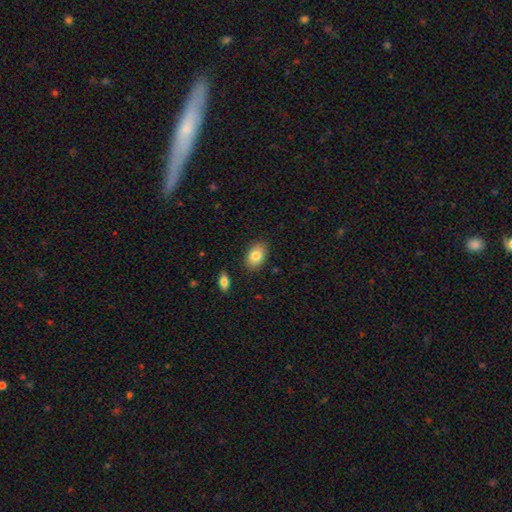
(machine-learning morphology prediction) This appears to be a smooth galaxy with no disk features (83%) that is in between round and cigar-shaped (85%). Merging: none (86%).